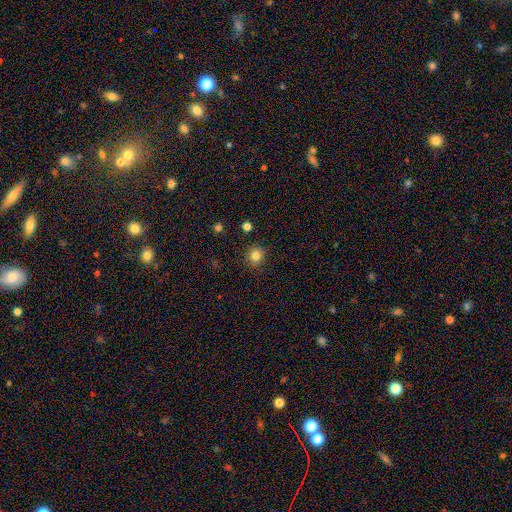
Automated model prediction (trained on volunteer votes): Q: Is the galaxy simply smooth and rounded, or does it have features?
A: smooth — 82%.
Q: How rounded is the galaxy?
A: round — 90%.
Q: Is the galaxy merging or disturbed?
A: none — 89%.